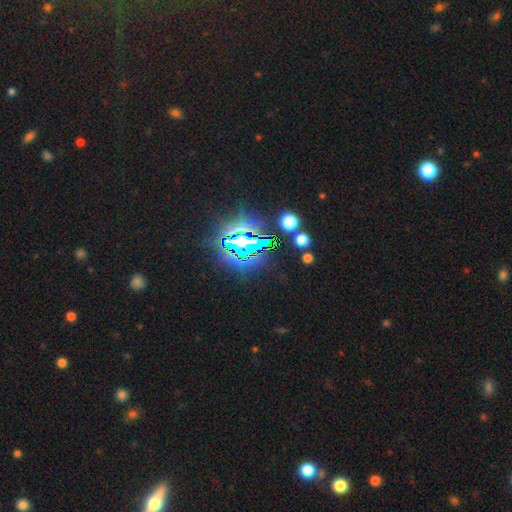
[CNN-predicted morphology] Q: Smooth or featured?
A: star or artifact (74%); runner-up: smooth (15%)